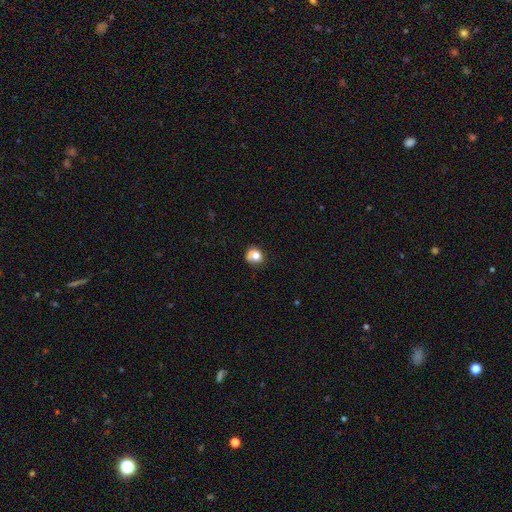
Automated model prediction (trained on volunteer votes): Smooth or featured? Predicted: smooth (p=0.75). How rounded? Predicted: round (p=0.75). Merging? Predicted: none (p=0.59).